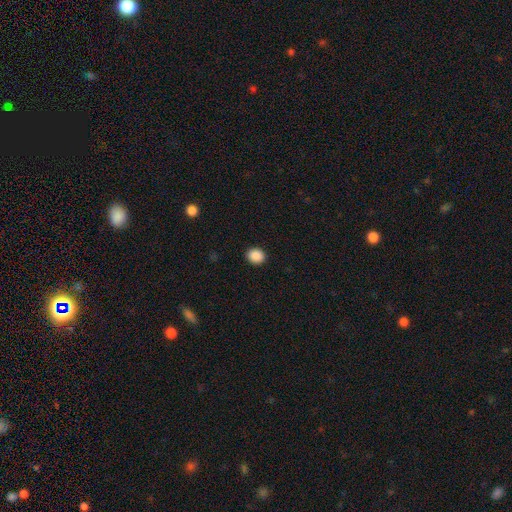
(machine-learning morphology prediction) Smooth or featured?
  - smooth: 89% *
  - star or artifact: 8%
  - featured or disk: 2%
How rounded?
  - round: 66% *
  - in between: 33%
  - cigar-shaped: 1%
Merging?
  - none: 91% *
  - minor disturbance: 6%
  - major disturbance: 2%
  - merger: 1%